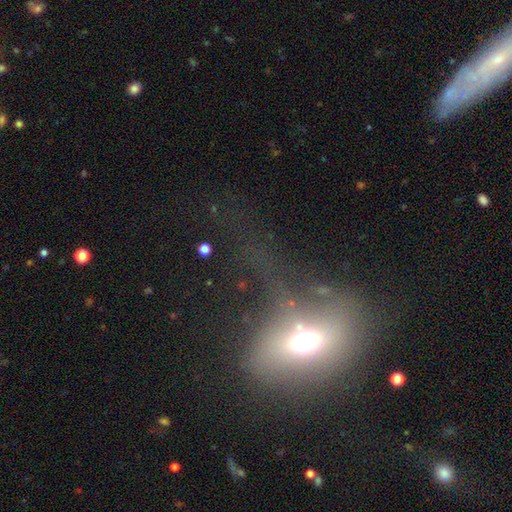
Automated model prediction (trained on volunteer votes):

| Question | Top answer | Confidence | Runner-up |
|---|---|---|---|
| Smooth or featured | smooth | 45% | featured or disk (30%) |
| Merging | major disturbance | 44% | none (31%) |